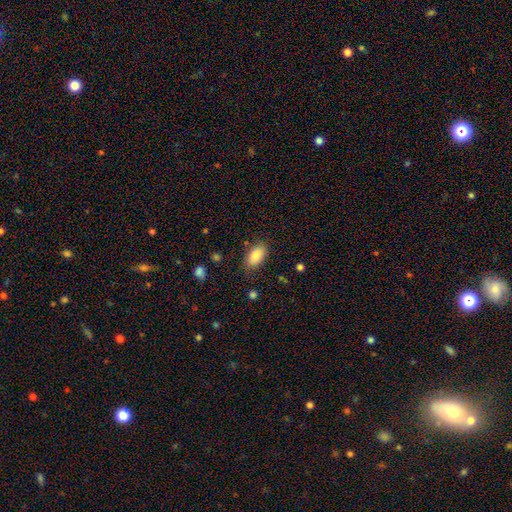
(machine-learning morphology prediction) This appears to be a smooth galaxy with no disk features (85%) that is in between round and cigar-shaped (92%). Merging: none (78%).